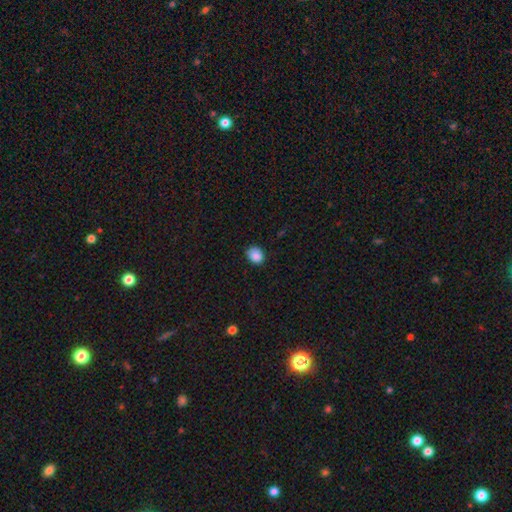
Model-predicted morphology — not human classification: Smooth or featured? Predicted: smooth (p=0.87). How rounded? Predicted: round (p=0.55). Merging? Predicted: none (p=0.79).